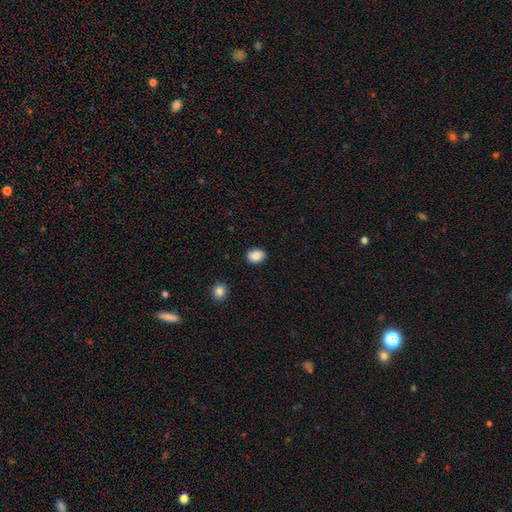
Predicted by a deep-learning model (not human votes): smooth-or-featured: smooth: 86% | star or artifact: 8% | featured or disk: 5%
  how-rounded: in between: 62% | round: 37% | cigar-shaped: 1%
  merging: none: 85% | minor disturbance: 11% | major disturbance: 2% | merger: 1%